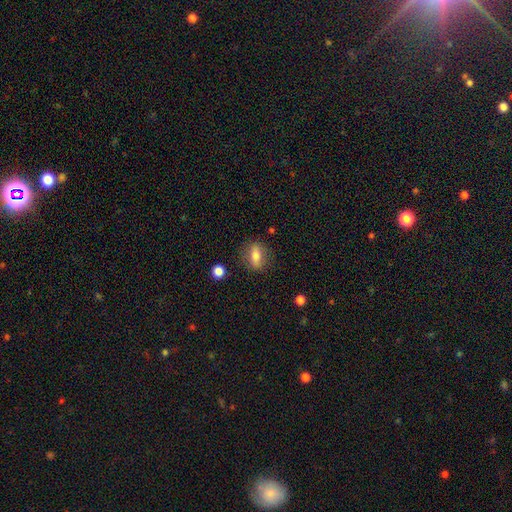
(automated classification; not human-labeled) This appears to be a smooth galaxy with no disk features (69%) that is in between round and cigar-shaped (66%). Merging: none (82%).